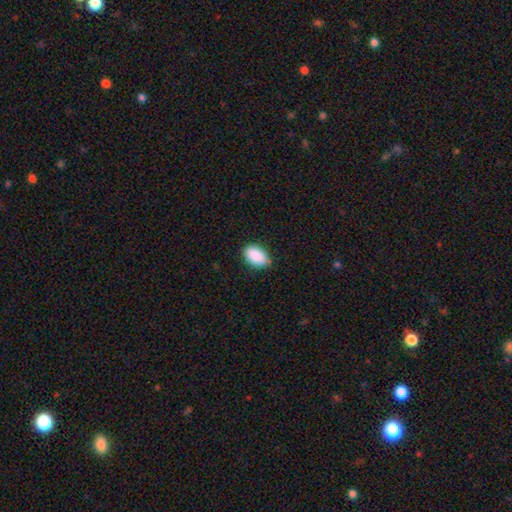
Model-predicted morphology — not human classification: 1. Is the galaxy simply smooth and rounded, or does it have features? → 90% smooth, 7% star or artifact, 4% featured or disk.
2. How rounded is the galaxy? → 93% in between, 5% round, 1% cigar-shaped.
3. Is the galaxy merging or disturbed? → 81% none, 15% minor disturbance, 2% major disturbance, 1% merger.